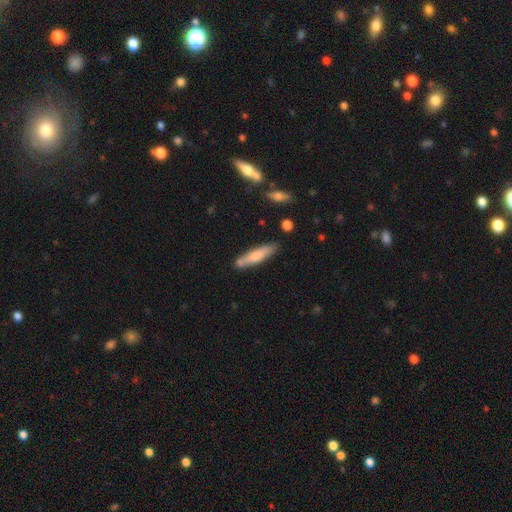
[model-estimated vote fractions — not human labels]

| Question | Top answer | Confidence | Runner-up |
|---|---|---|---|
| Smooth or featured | smooth | 70% | featured or disk (24%) |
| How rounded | cigar-shaped | 79% | in between (20%) |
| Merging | none | 77% | minor disturbance (14%) |